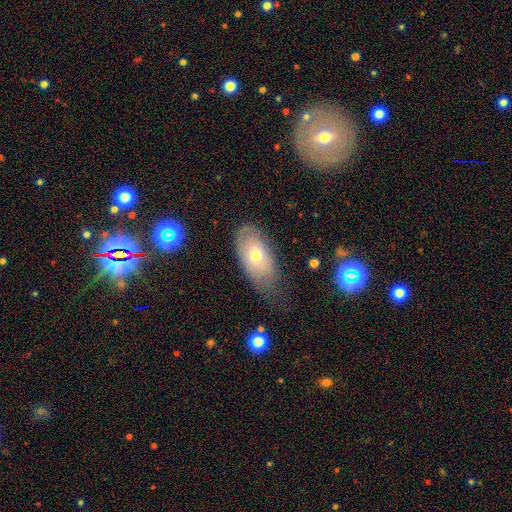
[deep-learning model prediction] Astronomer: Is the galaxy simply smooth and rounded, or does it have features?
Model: smooth — 59%.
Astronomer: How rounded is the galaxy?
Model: in between — 91%.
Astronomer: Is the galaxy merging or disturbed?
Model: none — 59%.